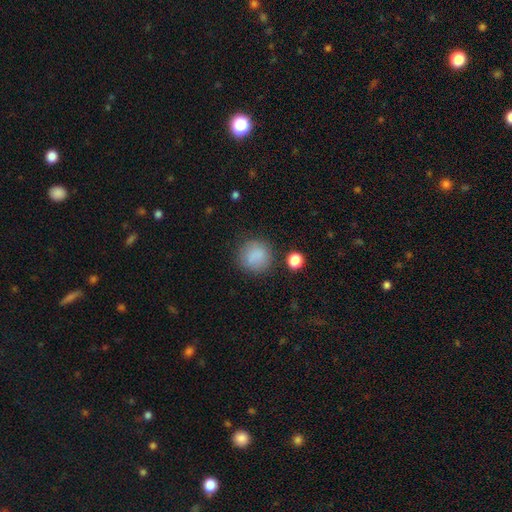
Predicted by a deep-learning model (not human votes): smooth 84%, star or artifact 9%, featured or disk 7%. Down the decision tree: how rounded — round (90%); merging — none (79%).